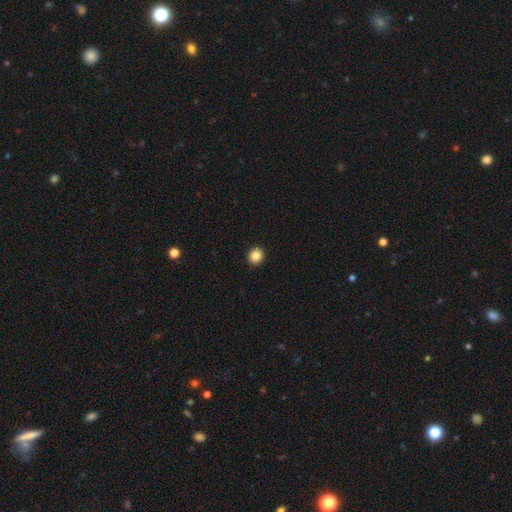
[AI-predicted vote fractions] Smooth or featured?
  - smooth: 85% *
  - star or artifact: 10%
  - featured or disk: 5%
How rounded?
  - round: 83% *
  - in between: 16%
  - cigar-shaped: 1%
Merging?
  - none: 93% *
  - minor disturbance: 4%
  - major disturbance: 1%
  - merger: 1%